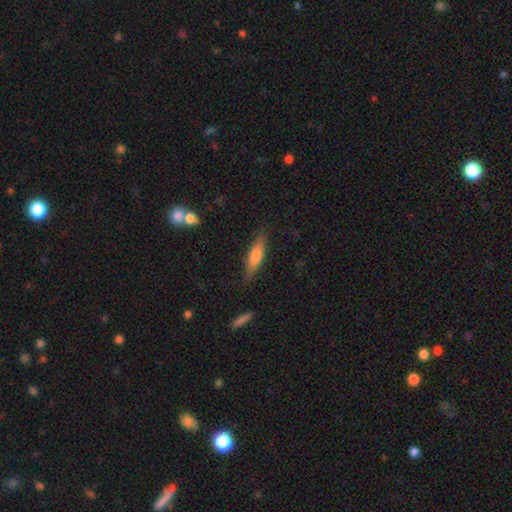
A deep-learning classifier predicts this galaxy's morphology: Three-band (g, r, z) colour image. It shows a smooth galaxy with no disk features (64%) that is cigar-shaped (68%). Merging: none (83%).